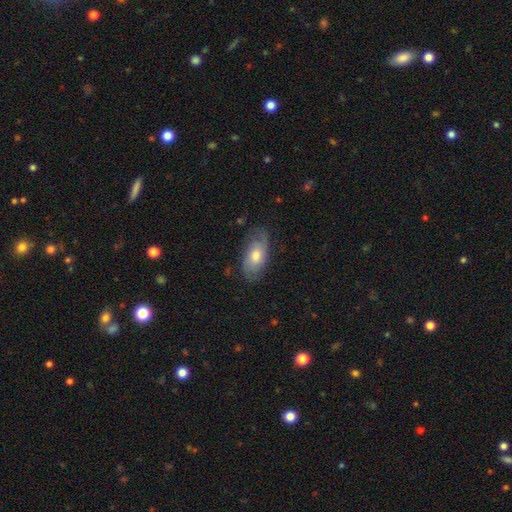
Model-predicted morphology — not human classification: Smooth or featured?
  - featured or disk: 55% *
  - smooth: 38%
  - star or artifact: 7%
Edge-on disk?
  - no: 89% *
  - yes: 11%
Merging?
  - none: 74% *
  - minor disturbance: 19%
  - major disturbance: 6%
  - merger: 1%